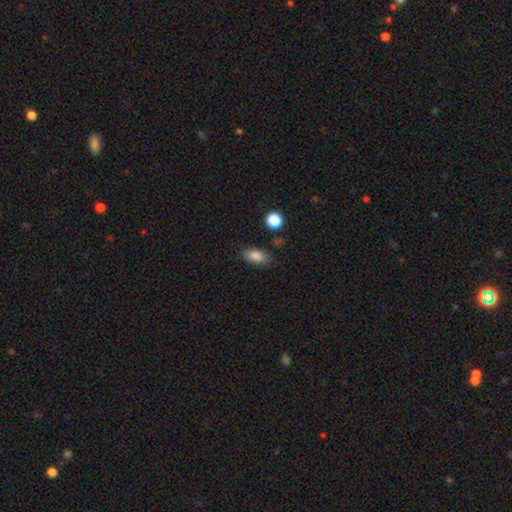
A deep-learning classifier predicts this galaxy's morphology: Overall: smooth (85%). How rounded: in between (86%). Merging: none (80%).